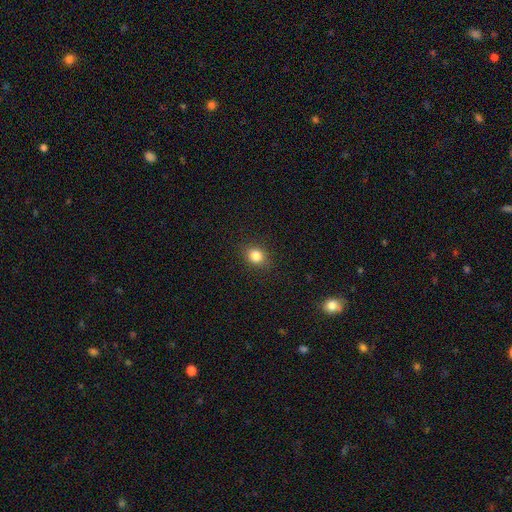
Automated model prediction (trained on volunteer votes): The model was most divided on "how rounded": round: 65%, in between: 34%, cigar-shaped: 1%. More confident: merging — none (88%); smooth or featured — smooth (83%).